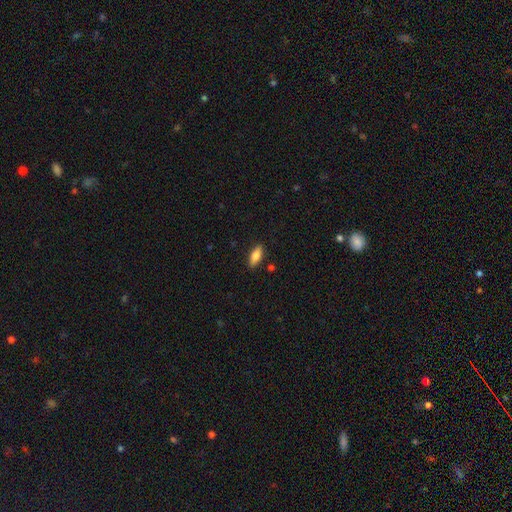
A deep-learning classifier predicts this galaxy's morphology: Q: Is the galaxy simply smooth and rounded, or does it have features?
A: smooth — 79%.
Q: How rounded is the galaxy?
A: in between — 76%.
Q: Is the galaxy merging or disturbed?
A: none — 87%.